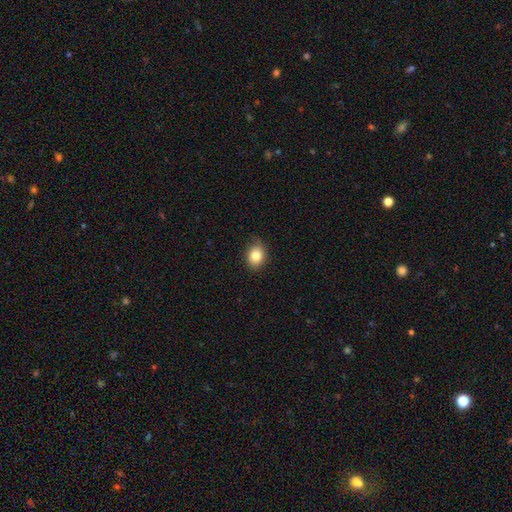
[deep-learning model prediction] Smooth or featured? Predicted: smooth (p=0.82). How rounded? Predicted: in between (p=0.54). Merging? Predicted: none (p=0.71).